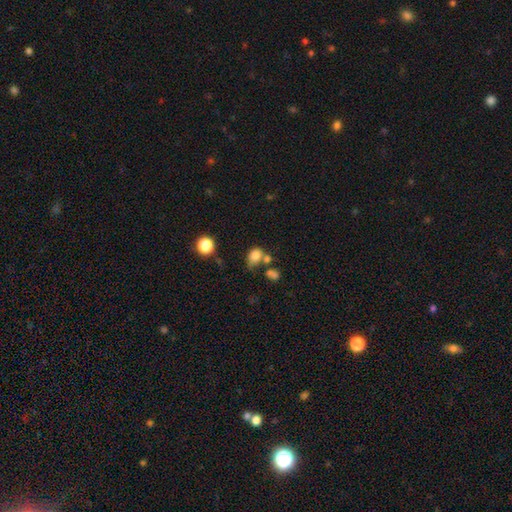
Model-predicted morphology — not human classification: smooth-or-featured: smooth: 80% | star or artifact: 12% | featured or disk: 8%
  how-rounded: in between: 65% | round: 34% | cigar-shaped: 1%
  merging: none: 44% | merger: 25% | minor disturbance: 21% | major disturbance: 10%